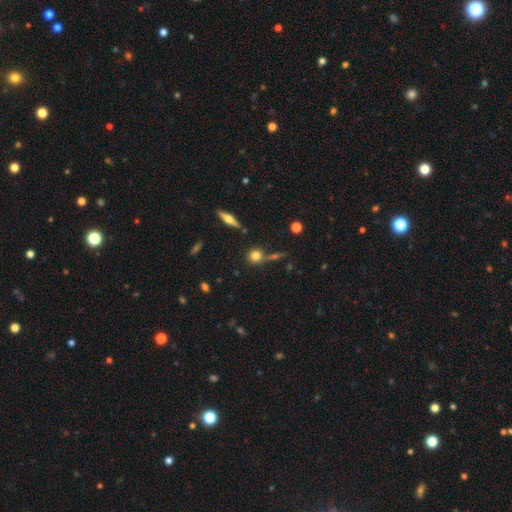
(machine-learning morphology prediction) Q: Smooth or featured?
A: smooth (74%); runner-up: featured or disk (13%)
Q: How rounded?
A: round (86%); runner-up: in between (11%)
Q: Merging?
A: none (66%); runner-up: merger (18%)